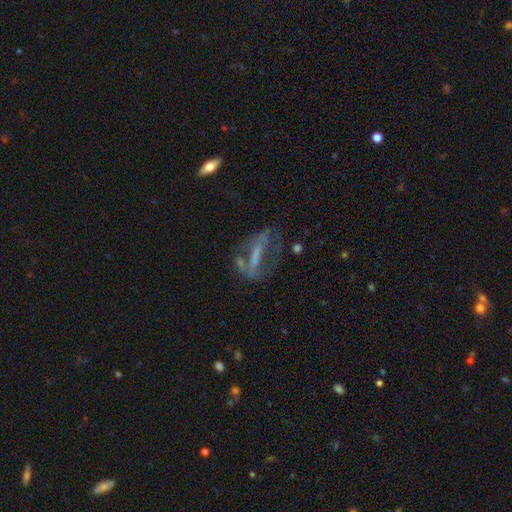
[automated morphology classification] A featured or disk galaxy (60%).

Vote fractions:
- Smooth or featured? featured or disk: 60% / smooth: 24% / star or artifact: 15%
- Edge-on disk? no: 78% / yes: 22%
- Merging? none: 42% / major disturbance: 31% / minor disturbance: 19% / merger: 8%